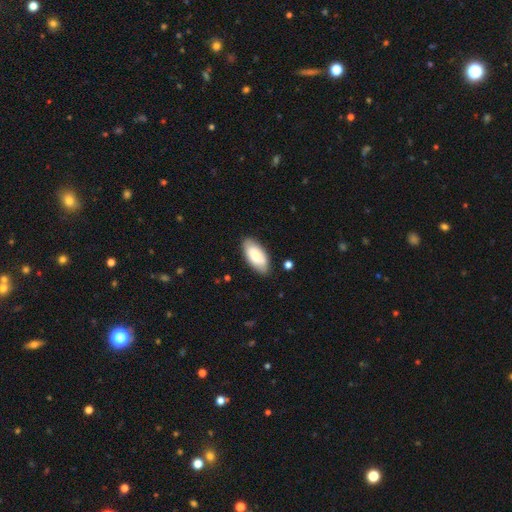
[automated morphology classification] Smooth or featured: smooth — 74% (featured or disk — 21%)
How rounded: in between — 92% (cigar-shaped — 6%)
Merging: none — 82% (minor disturbance — 13%)